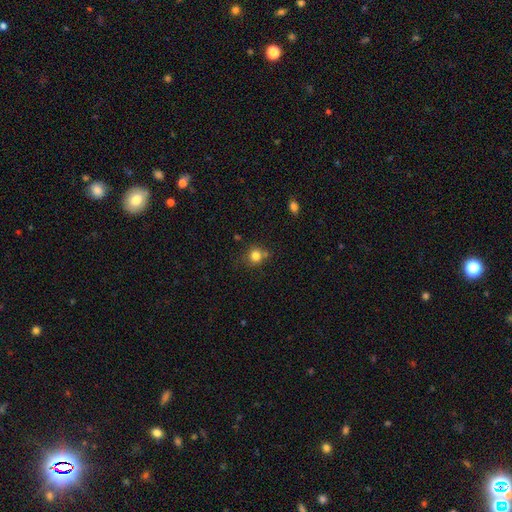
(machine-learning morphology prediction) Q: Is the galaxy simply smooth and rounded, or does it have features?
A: smooth — 81%.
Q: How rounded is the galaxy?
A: round — 86%.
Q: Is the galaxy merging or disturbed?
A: none — 69%.